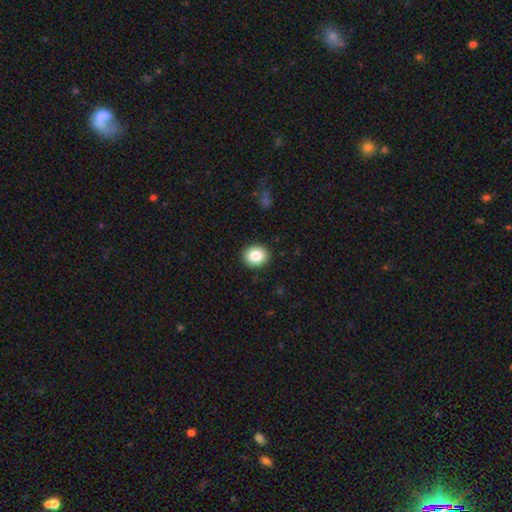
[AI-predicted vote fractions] This is clearly a smooth galaxy (85%). How rounded: likely round (70%). Merging: clearly none (91%).